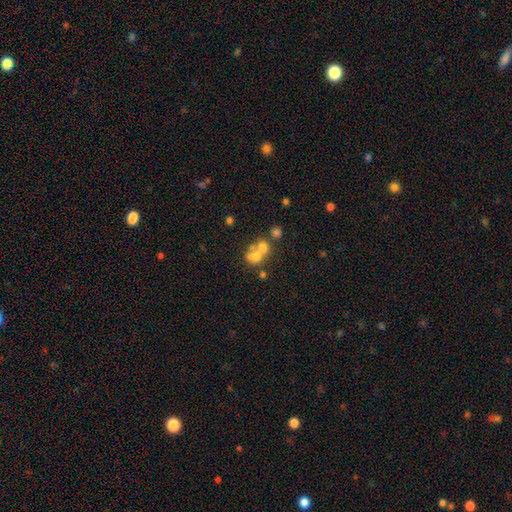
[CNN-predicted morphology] smooth 59%, featured or disk 25%, star or artifact 15%. Down the decision tree: how rounded — round (65%); merging — merger (61%).